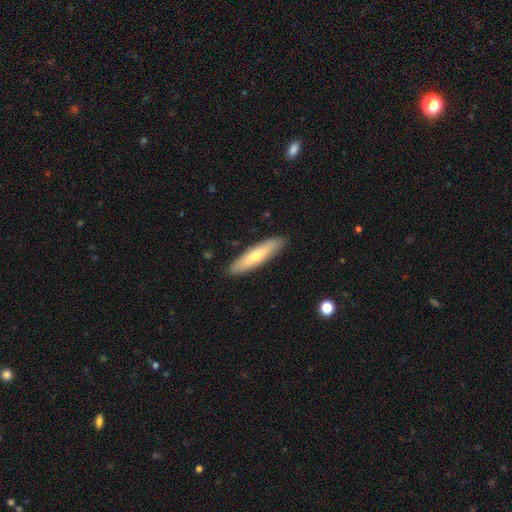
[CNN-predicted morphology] This appears to be a smooth galaxy with no disk features (60%) that is cigar-shaped (77%). Merging: none (89%).